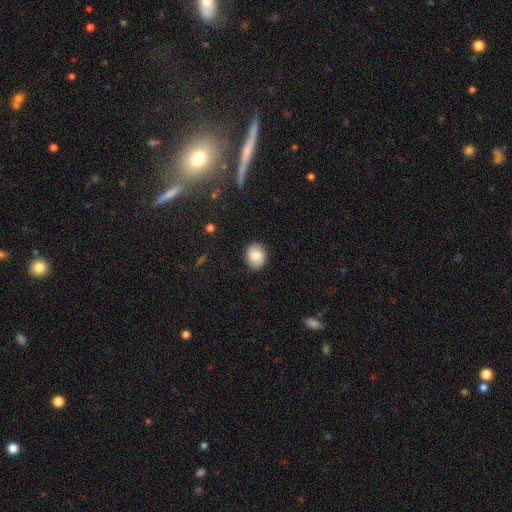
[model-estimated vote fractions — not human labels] smooth_or_featured: smooth (p=0.82) [alt: featured or disk p=0.10]
how_rounded: round (p=0.61) [alt: in between p=0.38]
merging: none (p=0.87) [alt: minor disturbance p=0.09]